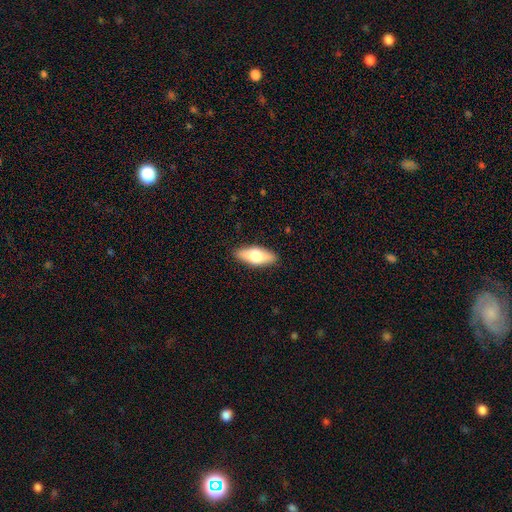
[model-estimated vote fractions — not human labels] Smooth or featured? Predicted: smooth (p=0.64). How rounded? Predicted: in between (p=0.73). Merging? Predicted: none (p=0.89).